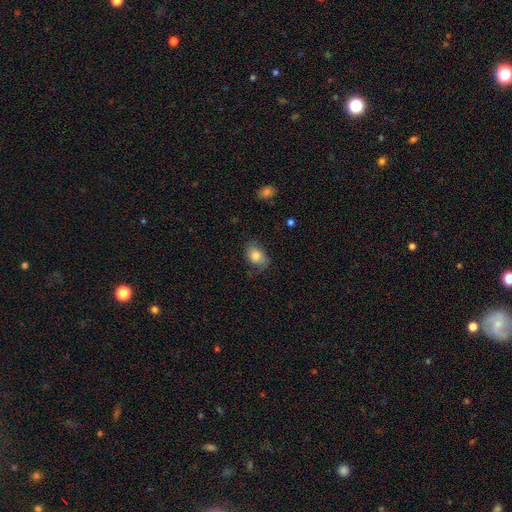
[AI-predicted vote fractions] Morphology: type=smooth (79%); roundness=in between (78%); merging=none (65%).